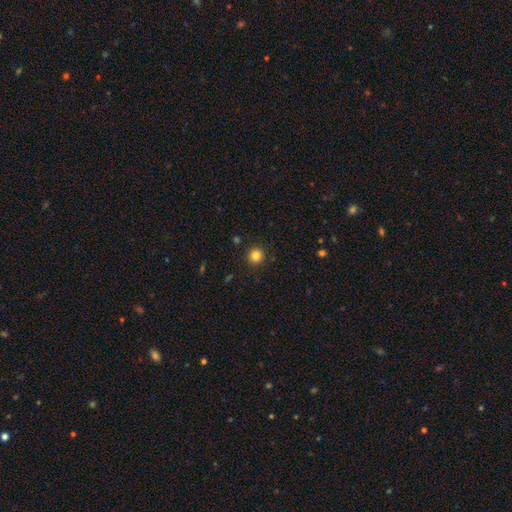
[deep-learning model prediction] Overall: smooth (83%). How rounded: round (95%). Merging: none (93%).